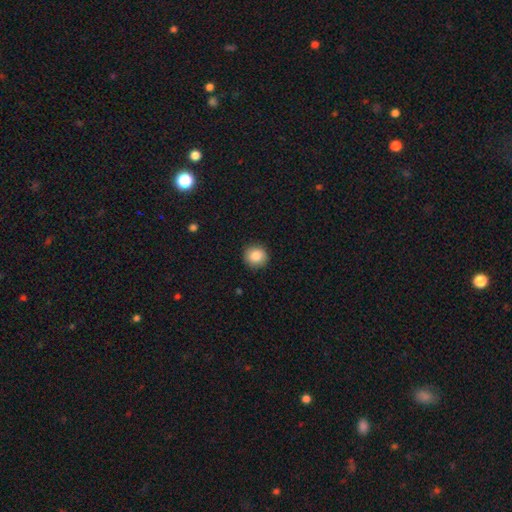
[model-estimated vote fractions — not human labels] A smooth galaxy with no disk features (86%) that is round (90%).

Vote fractions:
- Smooth or featured? smooth: 86% / star or artifact: 9% / featured or disk: 5%
- How rounded? round: 90% / in between: 9% / cigar-shaped: 1%
- Merging? none: 91% / minor disturbance: 7% / major disturbance: 2% / merger: 1%